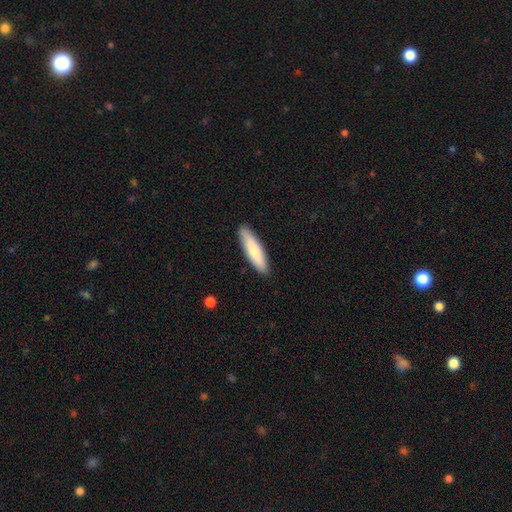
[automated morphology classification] This is likely a smooth galaxy (75%). How rounded: likely cigar-shaped (67%). Merging: clearly none (89%).